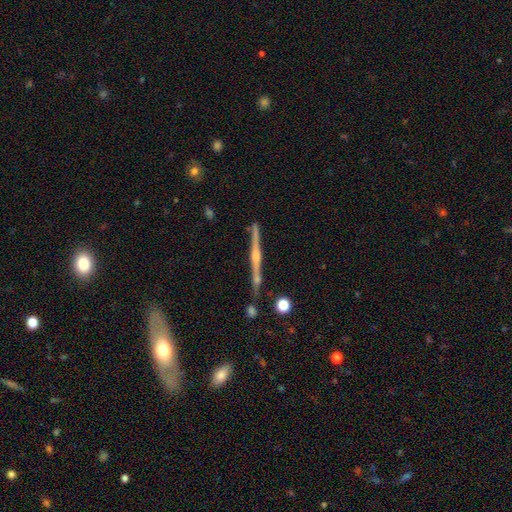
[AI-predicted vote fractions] smooth_or_featured: featured or disk (p=0.78) [alt: smooth p=0.14]
disk_edge_on: yes (p=0.98) [alt: no p=0.02]
edge_on_bulge: rounded (p=0.64) [alt: none p=0.22]
merging: none (p=0.79) [alt: minor disturbance p=0.12]